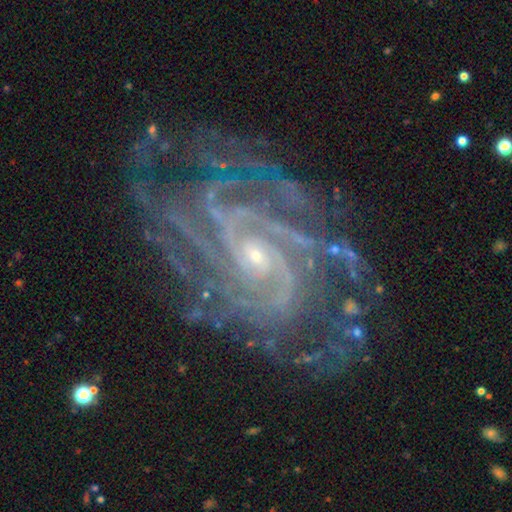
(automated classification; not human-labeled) This appears to be a featured or disk galaxy (89%) with no bar (47%), tight (65%) spiral arms (97%) and a small central bulge (75%). Merging: none (76%).